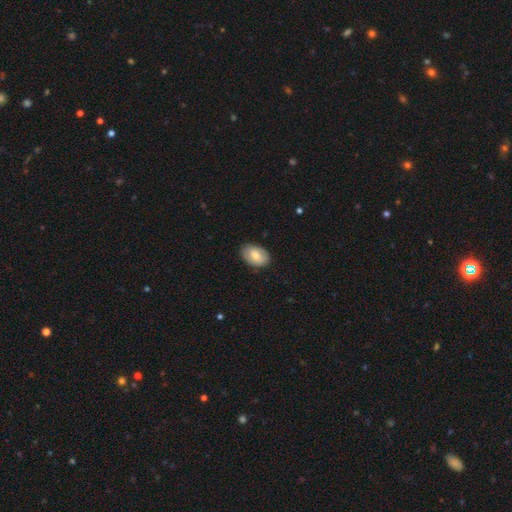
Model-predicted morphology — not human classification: type=smooth (70%); roundness=in between (86%); merging=none (83%).